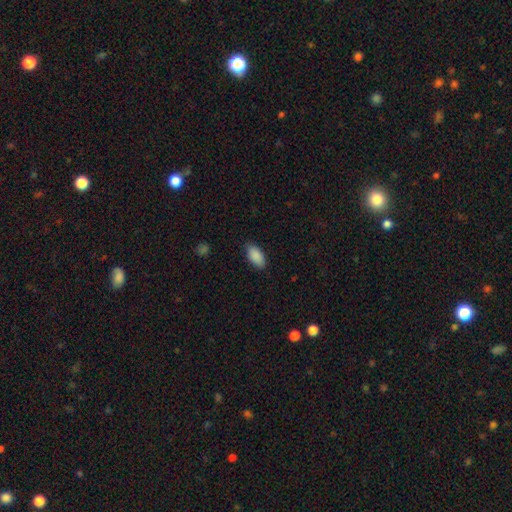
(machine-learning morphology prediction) This is clearly a smooth galaxy (90%). How rounded: clearly in between (94%). Merging: clearly none (85%).